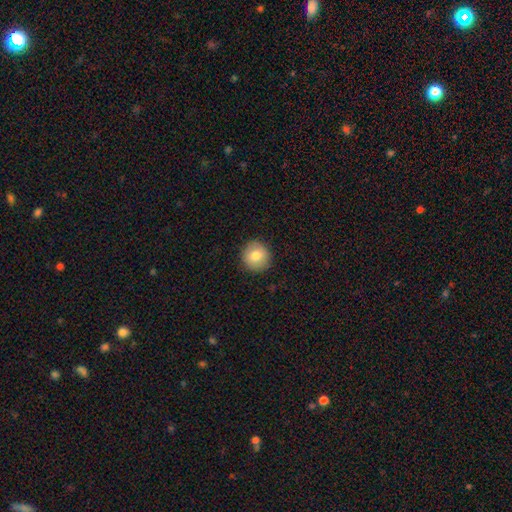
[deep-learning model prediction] This is likely a smooth galaxy (78%). How rounded: clearly round (93%). Merging: clearly none (90%).